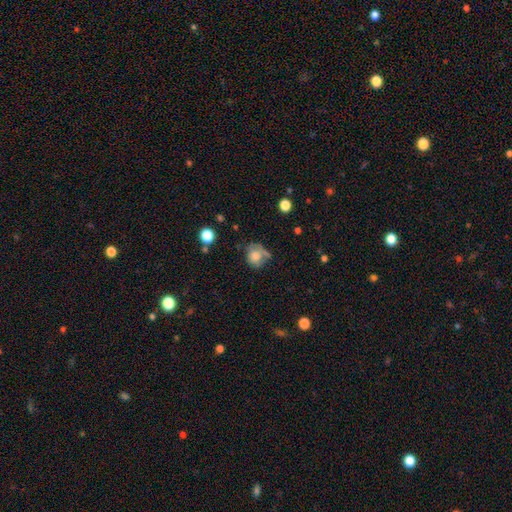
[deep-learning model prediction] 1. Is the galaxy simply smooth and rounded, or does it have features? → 74% smooth, 16% featured or disk, 10% star or artifact.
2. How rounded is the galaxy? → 72% round, 27% in between, 1% cigar-shaped.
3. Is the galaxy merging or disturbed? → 45% none, 26% minor disturbance, 15% major disturbance, 14% merger.